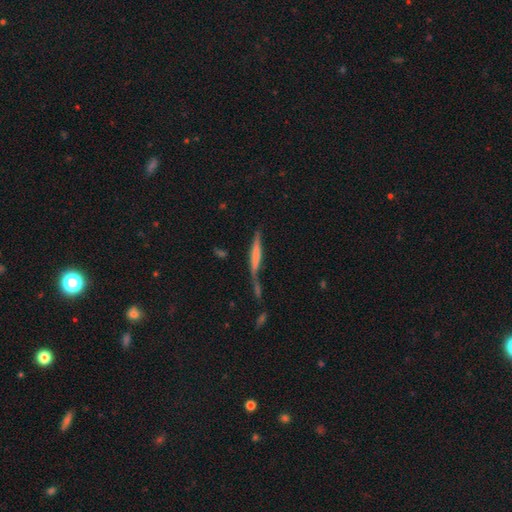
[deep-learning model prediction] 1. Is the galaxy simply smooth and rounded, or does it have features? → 49% smooth, 44% featured or disk, 7% star or artifact.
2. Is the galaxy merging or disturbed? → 46% none, 24% merger, 19% minor disturbance, 11% major disturbance.